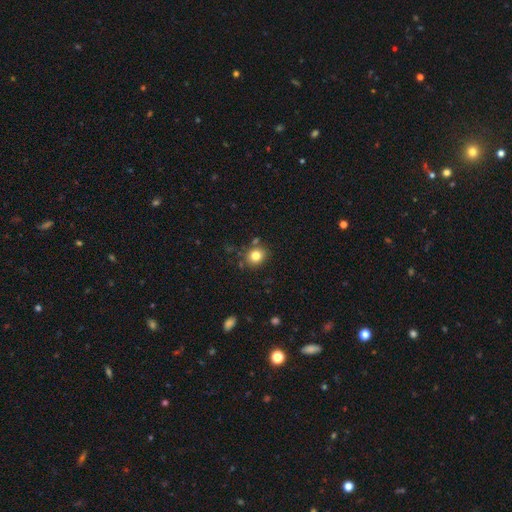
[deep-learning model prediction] This appears to be a smooth galaxy with no disk features (81%) that is round (74%). Merging: none (78%).